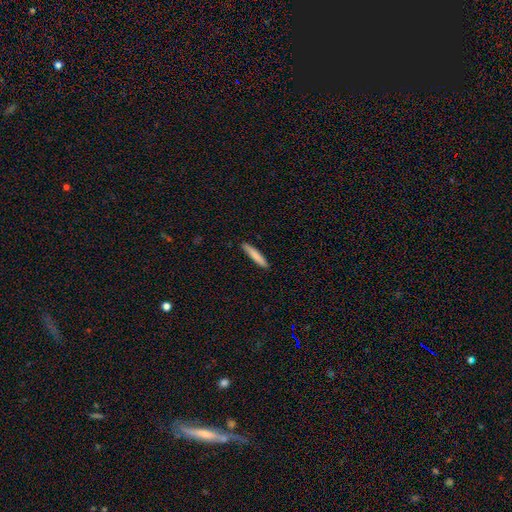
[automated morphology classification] This is clearly a smooth galaxy (80%). How rounded: clearly cigar-shaped (92%). Merging: clearly none (89%).